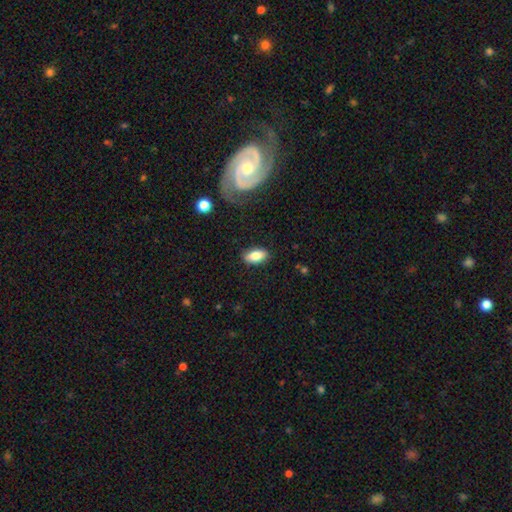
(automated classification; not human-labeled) This is clearly a smooth galaxy (82%). How rounded: clearly in between (90%). Merging: clearly none (86%).